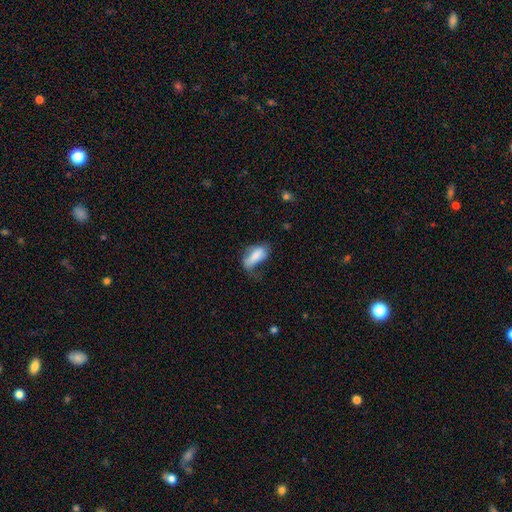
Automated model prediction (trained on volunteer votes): Q: Smooth or featured?
A: smooth (77%); runner-up: featured or disk (16%)
Q: How rounded?
A: in between (86%); runner-up: cigar-shaped (11%)
Q: Merging?
A: minor disturbance (34%); runner-up: none (32%)